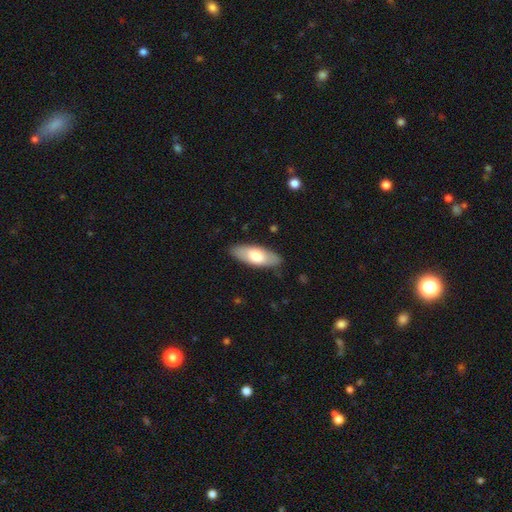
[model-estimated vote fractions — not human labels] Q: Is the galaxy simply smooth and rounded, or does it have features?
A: smooth — 68%.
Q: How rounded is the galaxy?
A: in between — 76%.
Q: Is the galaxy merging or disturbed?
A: none — 86%.